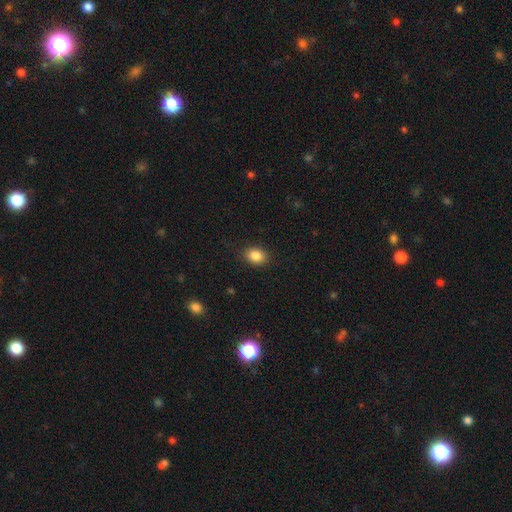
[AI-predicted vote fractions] Q: Smooth or featured?
A: smooth (87%); runner-up: star or artifact (9%)
Q: How rounded?
A: in between (70%); runner-up: round (29%)
Q: Merging?
A: none (87%); runner-up: minor disturbance (9%)